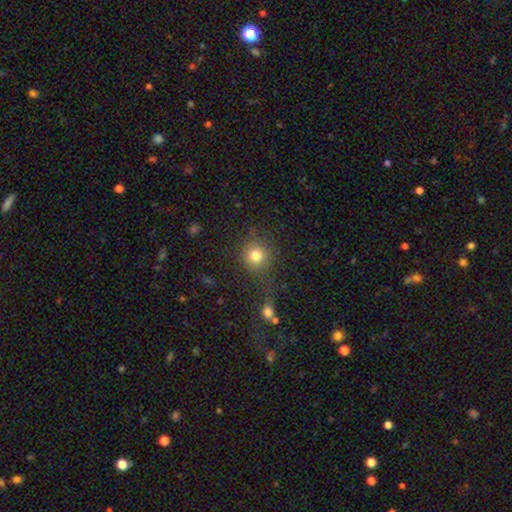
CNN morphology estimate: Overall: smooth (79%). How rounded: round (91%). Merging: none (75%).